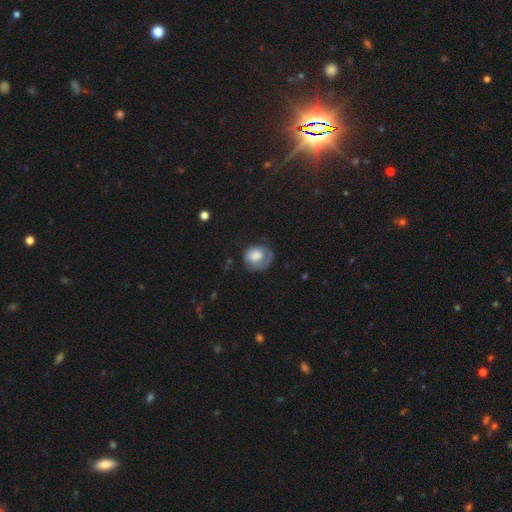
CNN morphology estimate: Smooth or featured? smooth (63%)
How rounded? round (63%)
Merging? none (46%)